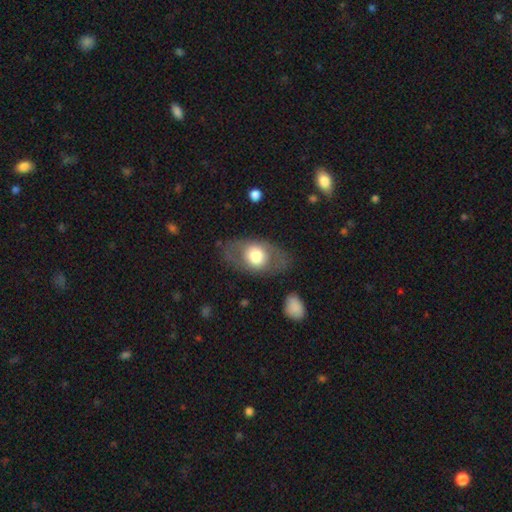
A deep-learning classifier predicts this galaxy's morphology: Smooth or featured? Predicted: smooth (p=0.55). How rounded? Predicted: in between (p=0.77). Merging? Predicted: none (p=0.75).